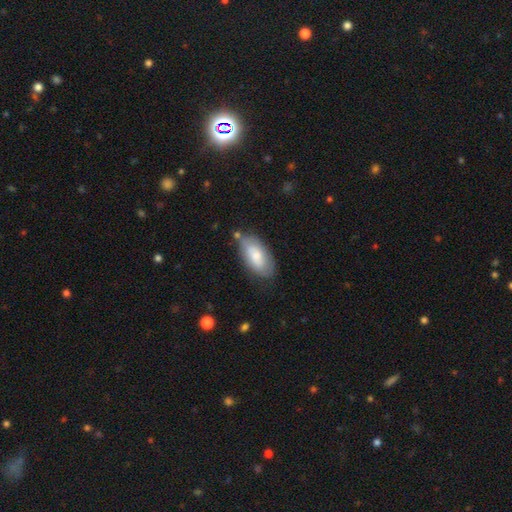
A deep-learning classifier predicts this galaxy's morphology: A smooth galaxy with no disk features (75%) that is in between round and cigar-shaped (91%).

Vote fractions:
- Smooth or featured? smooth: 75% / featured or disk: 19% / star or artifact: 6%
- How rounded? in between: 91% / cigar-shaped: 7% / round: 2%
- Merging? none: 67% / minor disturbance: 22% / merger: 6% / major disturbance: 5%